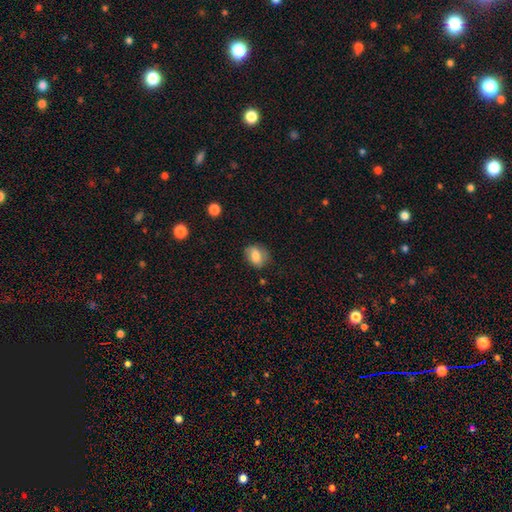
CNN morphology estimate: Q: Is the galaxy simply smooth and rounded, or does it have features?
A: smooth — 77%.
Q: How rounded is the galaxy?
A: in between — 61%.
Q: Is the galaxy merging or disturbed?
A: none — 72%.